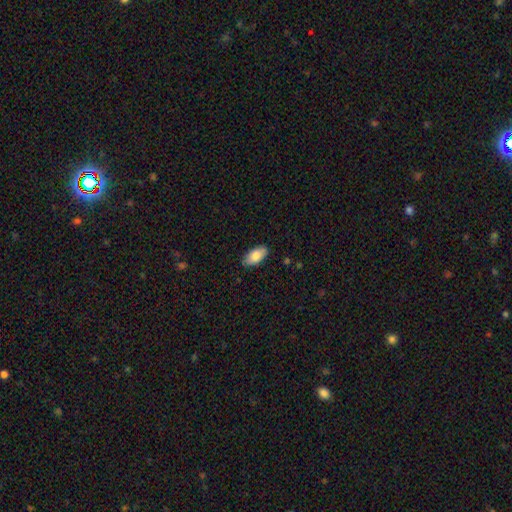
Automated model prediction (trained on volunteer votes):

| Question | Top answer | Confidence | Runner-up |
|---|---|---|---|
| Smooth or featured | smooth | 84% | featured or disk (10%) |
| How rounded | in between | 94% | cigar-shaped (4%) |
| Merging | none | 87% | minor disturbance (10%) |